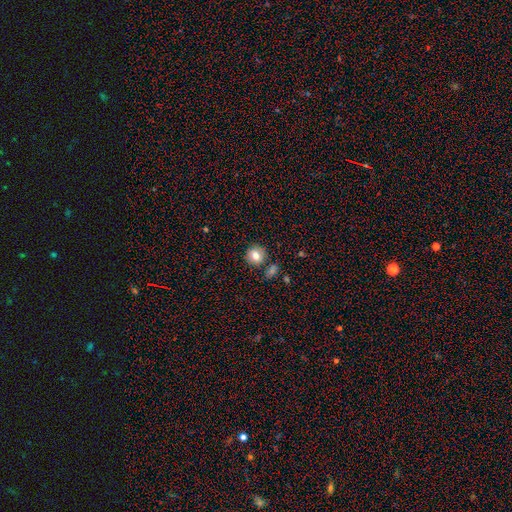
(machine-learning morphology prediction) A smooth galaxy with no disk features (79%) that is round (89%).

Vote fractions:
- Smooth or featured? smooth: 79% / featured or disk: 11% / star or artifact: 9%
- How rounded? round: 89% / in between: 10% / cigar-shaped: 1%
- Merging? none: 82% / minor disturbance: 9% / merger: 6% / major disturbance: 2%